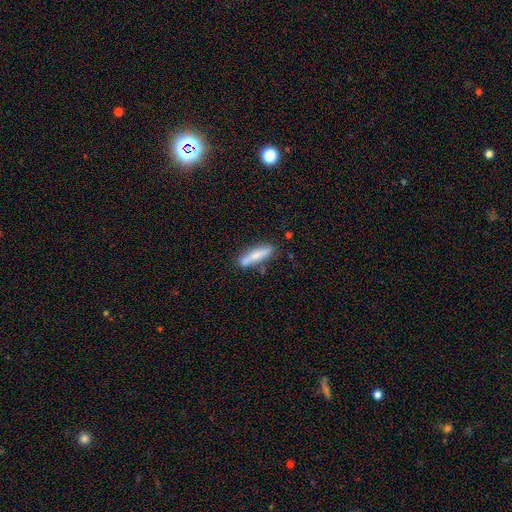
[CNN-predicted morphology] This appears to be a smooth galaxy with no disk features (70%) that is cigar-shaped (82%). Merging: none (72%).